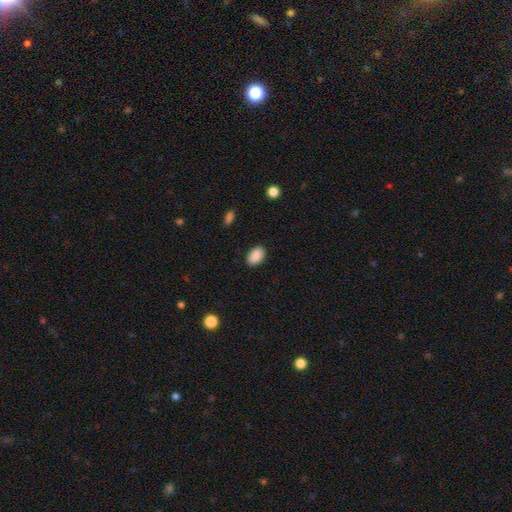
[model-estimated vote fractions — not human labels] Smooth or featured? smooth (89%)
How rounded? in between (90%)
Merging? none (88%)